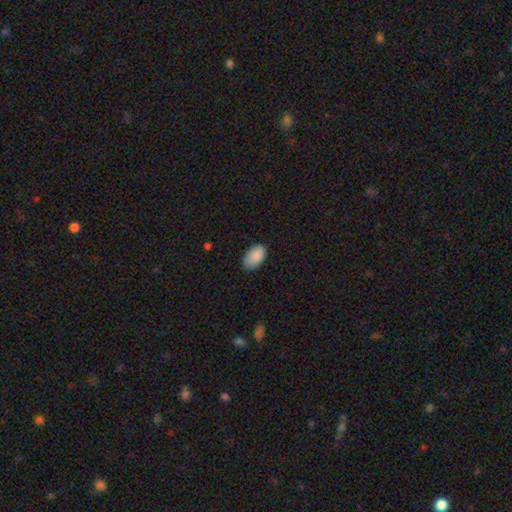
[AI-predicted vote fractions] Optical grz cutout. It shows a smooth galaxy with no disk features (89%) that is in between round and cigar-shaped (94%). Merging: none (77%).